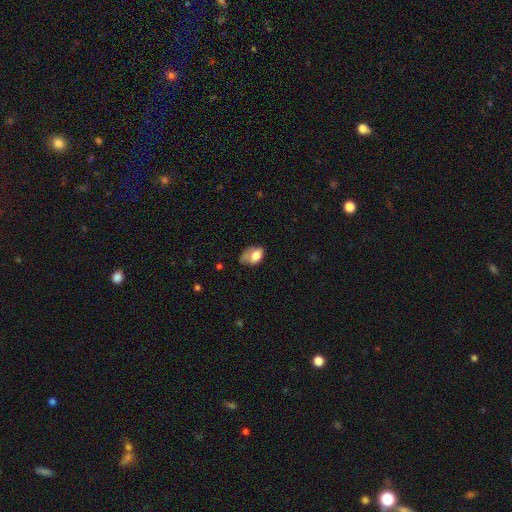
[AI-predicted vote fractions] Smooth or featured: smooth — 73% (featured or disk — 19%)
How rounded: in between — 84% (round — 15%)
Merging: minor disturbance — 37% (major disturbance — 30%)